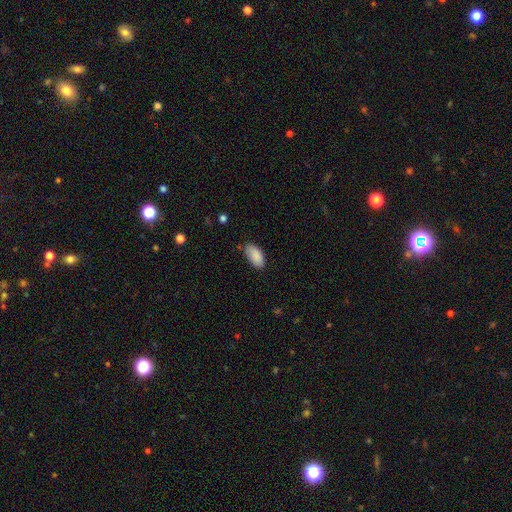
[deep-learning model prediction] A smooth galaxy with no disk features (88%) that is in between round and cigar-shaped (94%).

Vote fractions:
- Smooth or featured? smooth: 88% / star or artifact: 7% / featured or disk: 5%
- How rounded? in between: 94% / cigar-shaped: 4% / round: 2%
- Merging? none: 76% / minor disturbance: 19% / major disturbance: 3% / merger: 2%